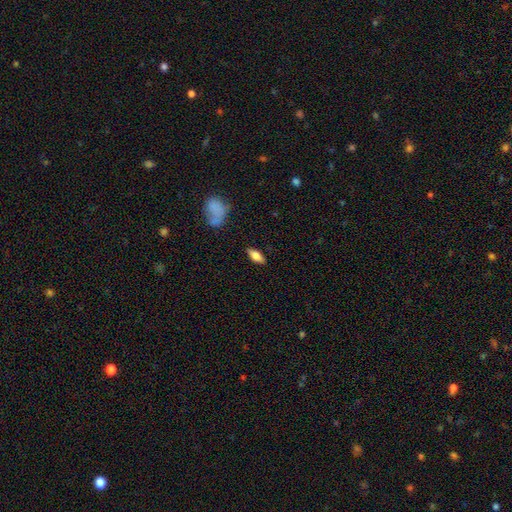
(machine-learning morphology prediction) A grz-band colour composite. It shows a smooth galaxy with no disk features (74%) that is in between round and cigar-shaped (79%). Merging: none (85%).